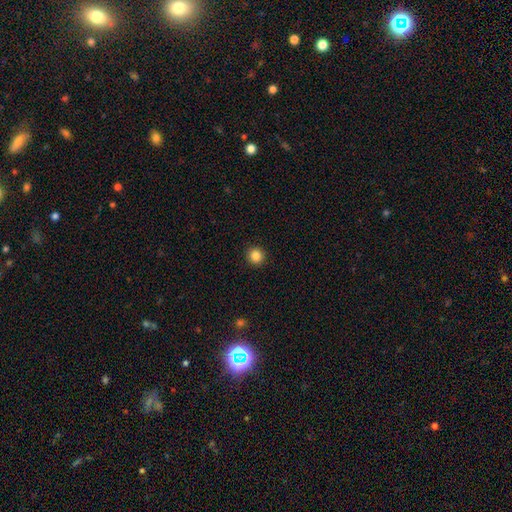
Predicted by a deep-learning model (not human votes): A smooth galaxy with no disk features (85%) that is round (95%). Merging: none (93%).